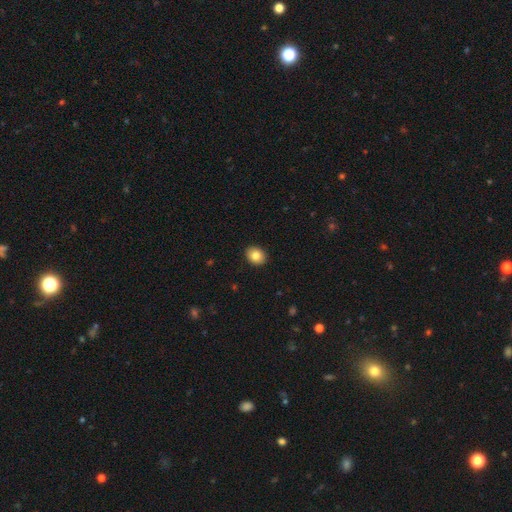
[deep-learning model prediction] Q: Smooth or featured?
A: smooth (83%); runner-up: featured or disk (9%)
Q: How rounded?
A: in between (51%); runner-up: round (48%)
Q: Merging?
A: none (91%); runner-up: minor disturbance (6%)